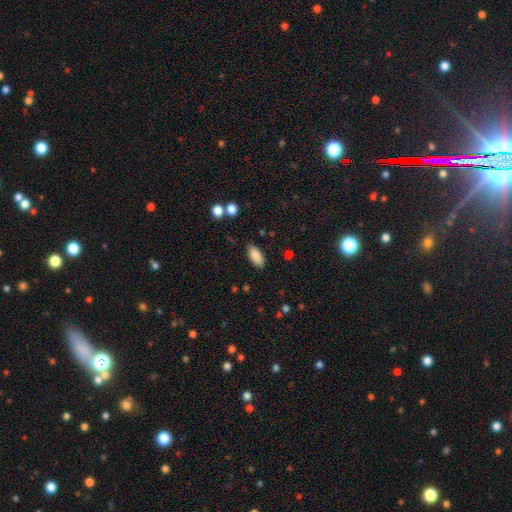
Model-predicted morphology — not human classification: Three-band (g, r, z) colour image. It shows a smooth galaxy with no disk features (88%) that is in between round and cigar-shaped (89%). Merging: none (84%).